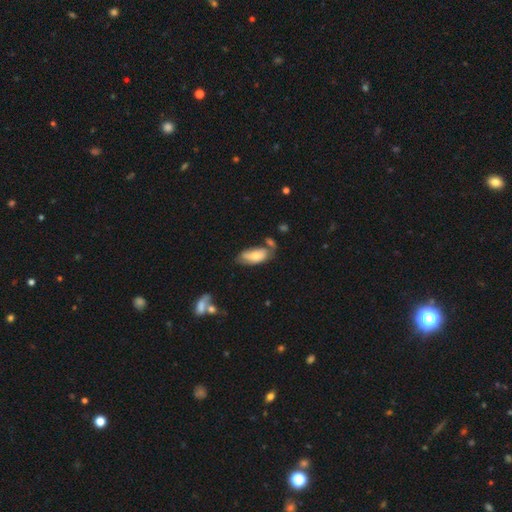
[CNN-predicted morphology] A smooth galaxy with no disk features (67%) that is in between round and cigar-shaped (90%).

Vote fractions:
- Smooth or featured? smooth: 67% / featured or disk: 27% / star or artifact: 6%
- How rounded? in between: 90% / cigar-shaped: 8% / round: 2%
- Merging? none: 45% / minor disturbance: 29% / merger: 16% / major disturbance: 10%